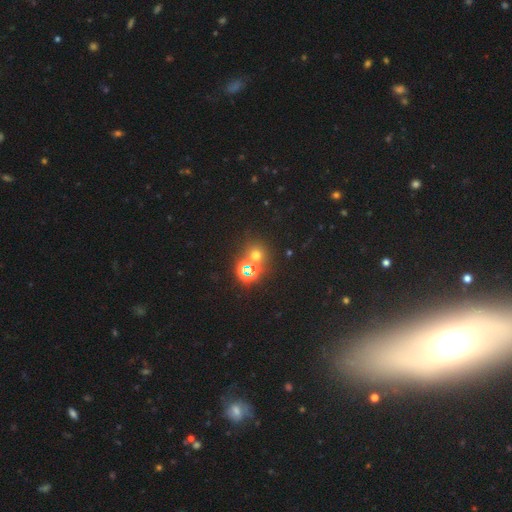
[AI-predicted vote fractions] Smooth or featured?
  - smooth: 52% *
  - star or artifact: 39%
  - featured or disk: 8%
How rounded?
  - round: 87% *
  - in between: 12%
  - cigar-shaped: 1%
Merging?
  - none: 68% *
  - merger: 21%
  - minor disturbance: 7%
  - major disturbance: 4%